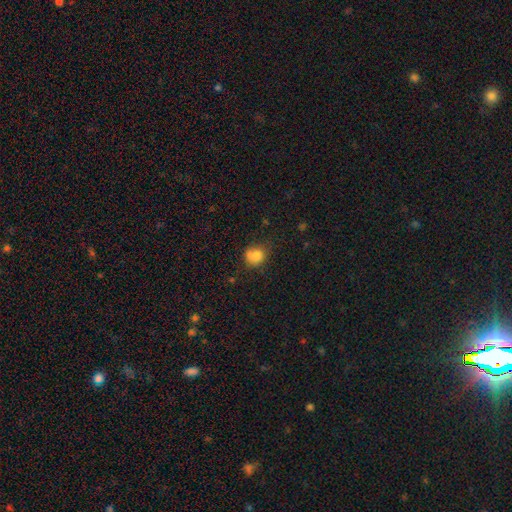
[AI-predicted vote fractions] A smooth galaxy with no disk features (79%) that is round (66%).

Vote fractions:
- Smooth or featured? smooth: 79% / star or artifact: 11% / featured or disk: 10%
- How rounded? round: 66% / in between: 33% / cigar-shaped: 1%
- Merging? none: 45% / minor disturbance: 27% / merger: 16% / major disturbance: 12%